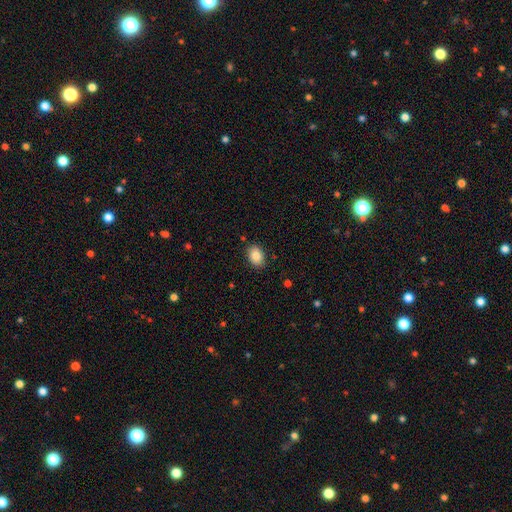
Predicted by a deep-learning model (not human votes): smooth-or-featured: smooth: 86% | star or artifact: 8% | featured or disk: 6%
  how-rounded: in between: 78% | round: 21% | cigar-shaped: 1%
  merging: none: 86% | minor disturbance: 10% | major disturbance: 2% | merger: 1%